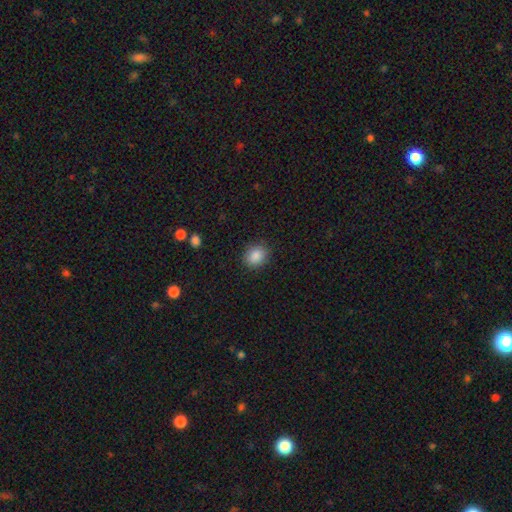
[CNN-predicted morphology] Smooth or featured? Predicted: smooth (p=0.88). How rounded? Predicted: round (p=0.63). Merging? Predicted: none (p=0.87).